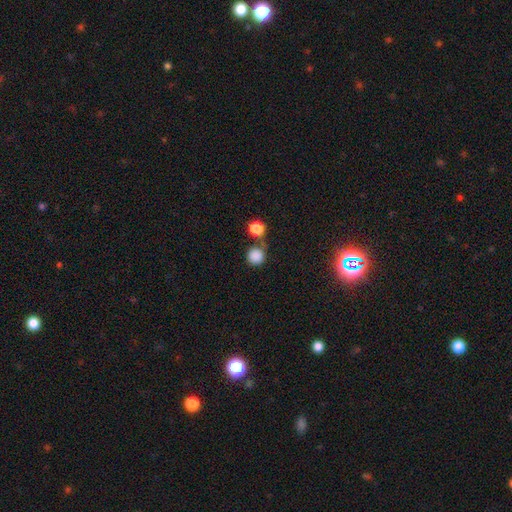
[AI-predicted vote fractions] Smooth or featured: smooth — 86% (star or artifact — 10%)
How rounded: round — 94% (in between — 5%)
Merging: none — 62% (merger — 23%)